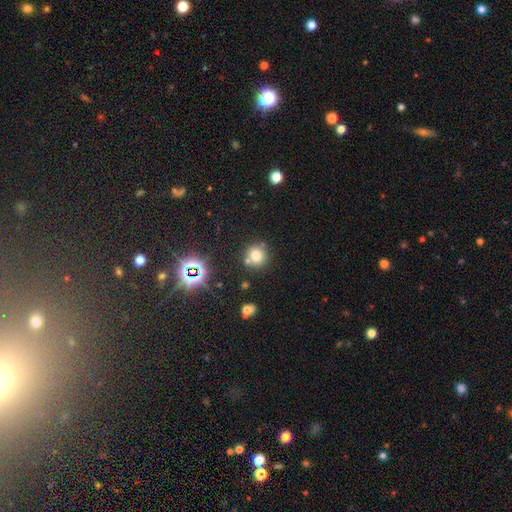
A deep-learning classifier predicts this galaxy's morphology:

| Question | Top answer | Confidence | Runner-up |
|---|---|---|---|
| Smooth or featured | smooth | 72% | star or artifact (18%) |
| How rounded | round | 88% | in between (10%) |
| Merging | none | 72% | merger (15%) |